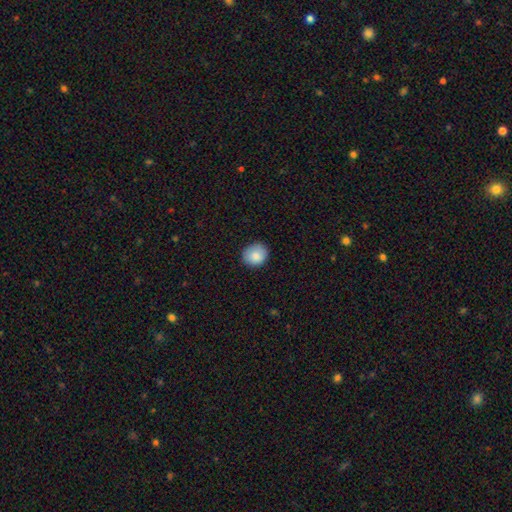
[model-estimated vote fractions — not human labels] smooth-or-featured: smooth: 87% | star or artifact: 8% | featured or disk: 5%
  how-rounded: round: 75% | in between: 24% | cigar-shaped: 1%
  merging: none: 86% | minor disturbance: 11% | major disturbance: 2% | merger: 1%